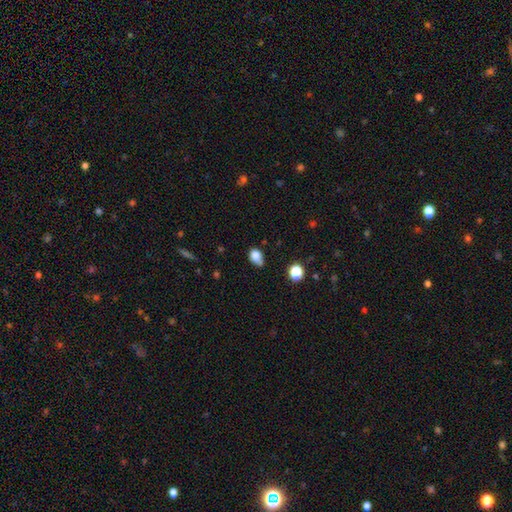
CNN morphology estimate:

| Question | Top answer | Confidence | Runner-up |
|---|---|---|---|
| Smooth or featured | smooth | 81% | star or artifact (11%) |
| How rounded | in between | 73% | round (25%) |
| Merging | none | 47% | minor disturbance (36%) |